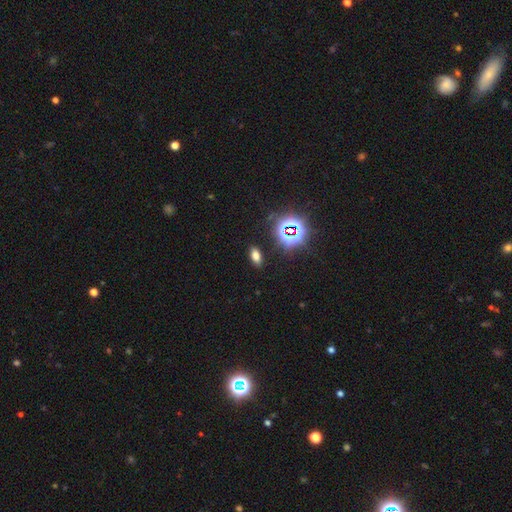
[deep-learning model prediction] This is likely a smooth galaxy (64%). How rounded: clearly in between (84%). Merging: clearly none (88%).